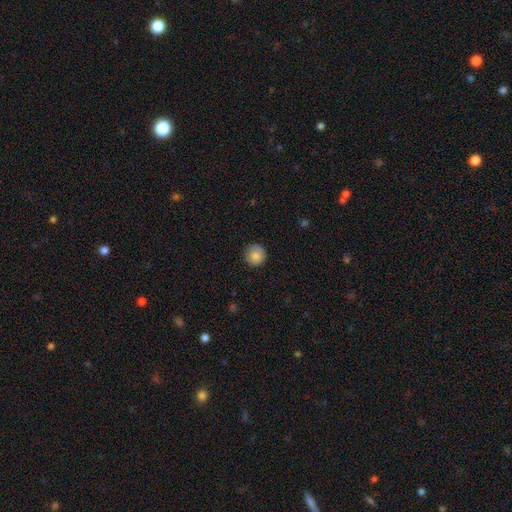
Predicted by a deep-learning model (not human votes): This appears to be a smooth galaxy with no disk features (84%) that is round (95%). Merging: none (85%).